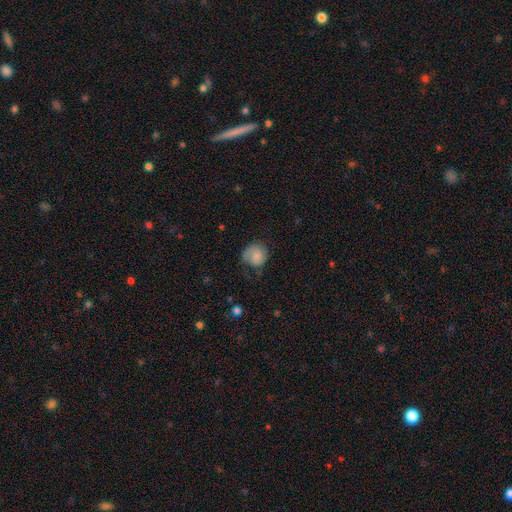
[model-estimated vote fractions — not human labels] smooth 66%, featured or disk 26%, star or artifact 8%. Down the decision tree: how rounded — round (74%); merging — none (49%).